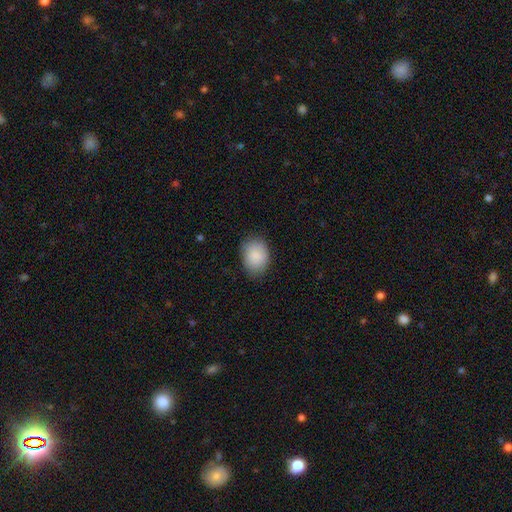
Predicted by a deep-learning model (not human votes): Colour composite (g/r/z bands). It shows a smooth galaxy with no disk features (88%) that is in between round and cigar-shaped (63%). Merging: none (81%).